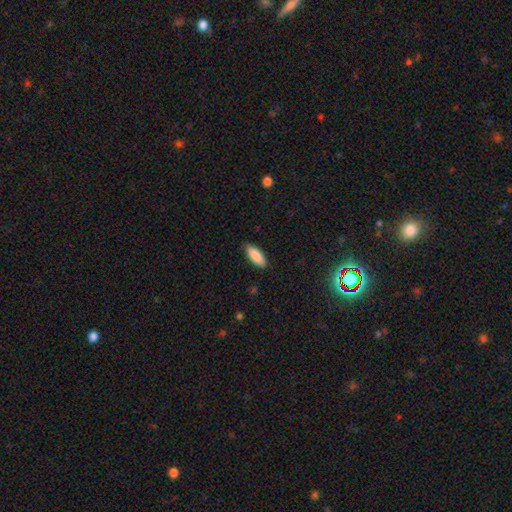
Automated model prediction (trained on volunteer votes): smooth 88%, featured or disk 6%, star or artifact 6%. Down the decision tree: how rounded — in between (75%); merging — none (85%).